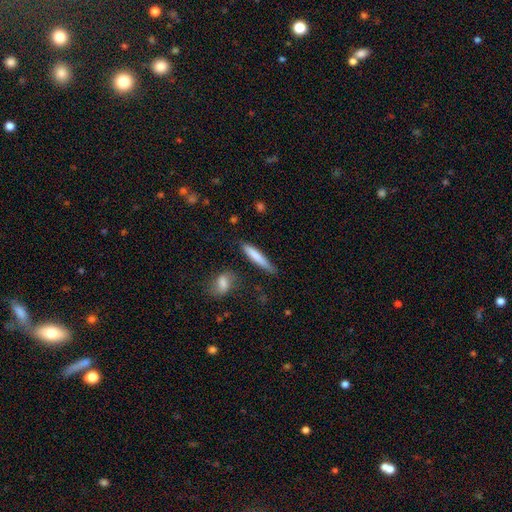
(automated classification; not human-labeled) Overall: smooth (75%). How rounded: cigar-shaped (89%). Merging: none (72%).